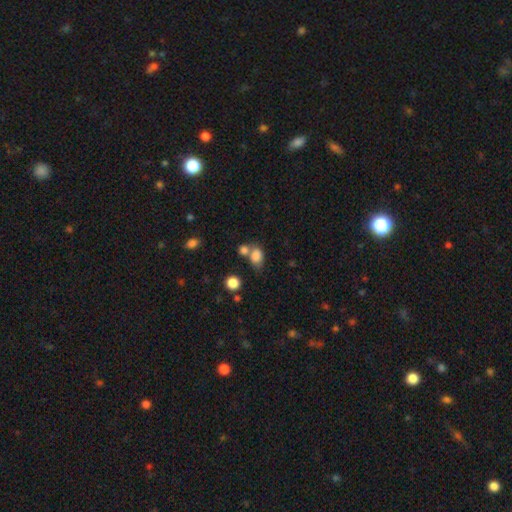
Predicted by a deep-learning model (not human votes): smooth-or-featured: smooth: 81% | star or artifact: 11% | featured or disk: 8%
  how-rounded: in between: 70% | round: 29% | cigar-shaped: 1%
  merging: none: 41% | merger: 39% | minor disturbance: 14% | major disturbance: 7%